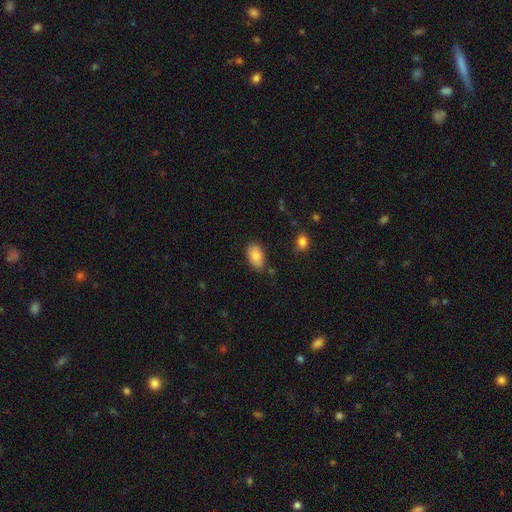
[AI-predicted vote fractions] Morphology: type=smooth (85%); roundness=in between (93%); merging=none (74%).